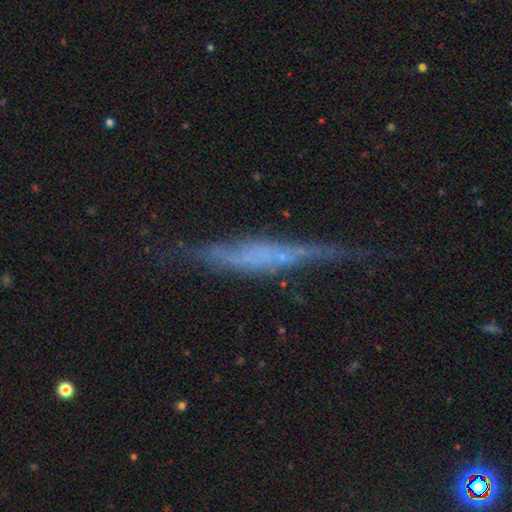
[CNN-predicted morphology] featured or disk 47%, smooth 38%, star or artifact 15%. Down the decision tree: merging — none (63%).